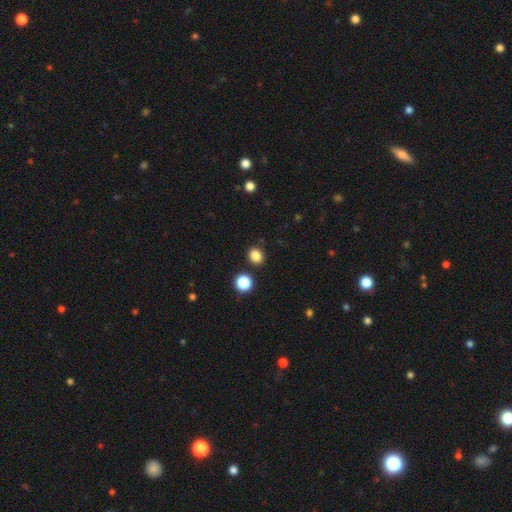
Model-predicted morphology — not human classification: This is clearly a smooth galaxy (84%). How rounded: likely round (67%). Merging: clearly none (87%).